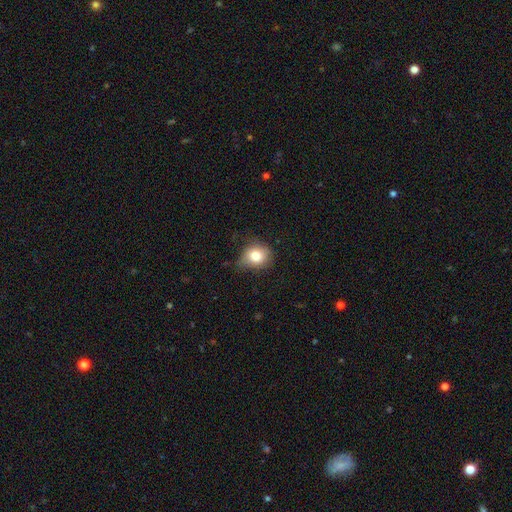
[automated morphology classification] A smooth galaxy with no disk features (80%) that is round (67%).

Vote fractions:
- Smooth or featured? smooth: 80% / star or artifact: 10% / featured or disk: 10%
- How rounded? round: 67% / in between: 32% / cigar-shaped: 1%
- Merging? none: 57% / minor disturbance: 33% / major disturbance: 8% / merger: 2%